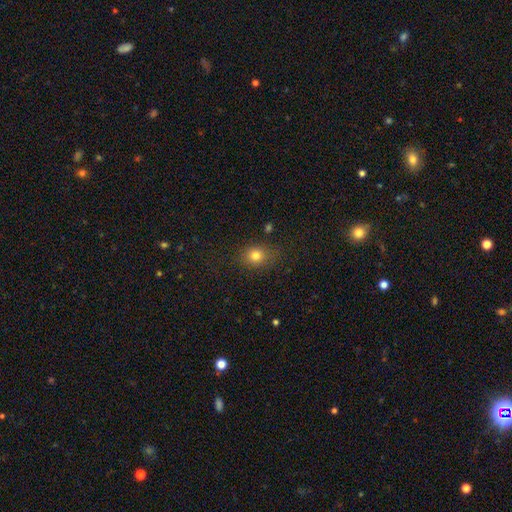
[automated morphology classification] Q: Smooth or featured?
A: smooth (79%); runner-up: star or artifact (13%)
Q: How rounded?
A: round (60%); runner-up: in between (38%)
Q: Merging?
A: none (78%); runner-up: minor disturbance (15%)